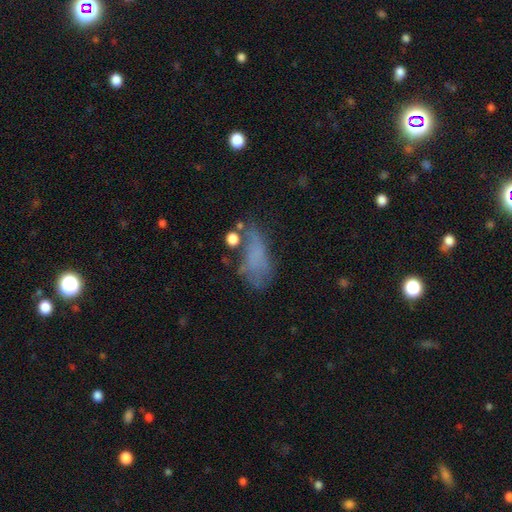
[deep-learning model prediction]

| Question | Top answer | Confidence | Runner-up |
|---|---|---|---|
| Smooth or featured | smooth | 53% | featured or disk (30%) |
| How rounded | in between | 84% | cigar-shaped (10%) |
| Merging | none | 39% | major disturbance (27%) |